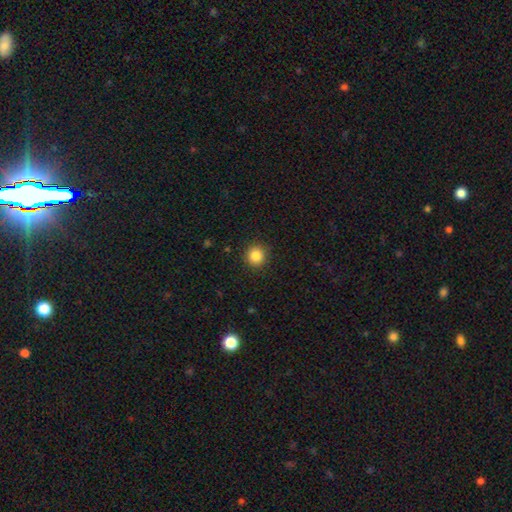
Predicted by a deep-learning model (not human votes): This appears to be a smooth galaxy with no disk features (86%) that is round (93%). Merging: none (91%).